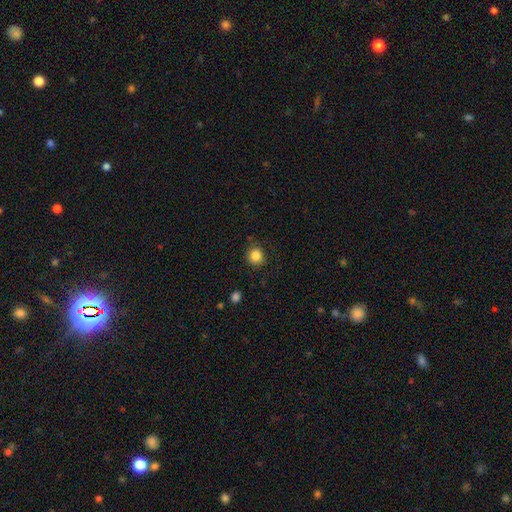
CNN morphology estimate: This is clearly a smooth galaxy (86%). How rounded: clearly round (92%). Merging: clearly none (87%).